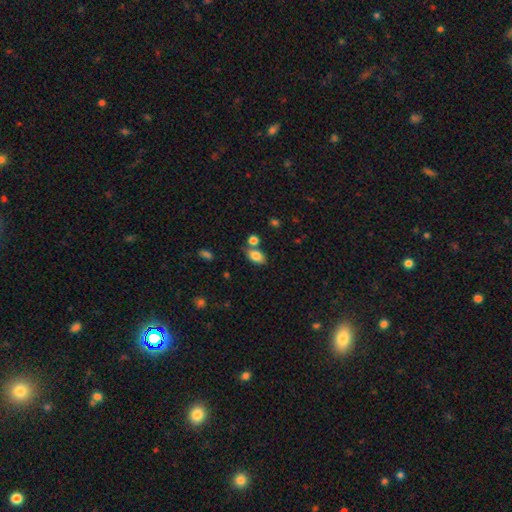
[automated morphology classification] Q: Smooth or featured?
A: smooth (82%); runner-up: featured or disk (9%)
Q: How rounded?
A: in between (89%); runner-up: round (9%)
Q: Merging?
A: none (64%); runner-up: merger (20%)